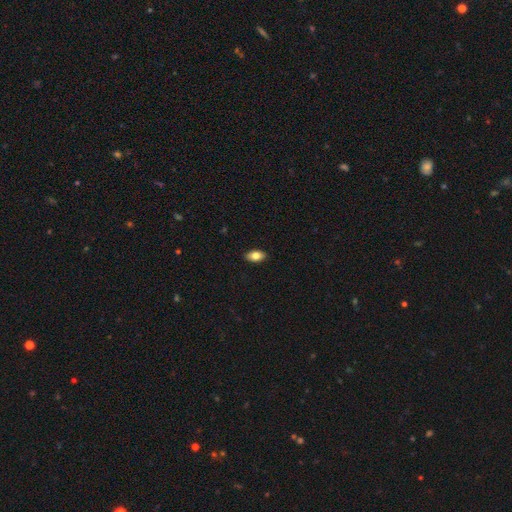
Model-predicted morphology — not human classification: type=smooth (81%); roundness=in between (91%); merging=none (90%).